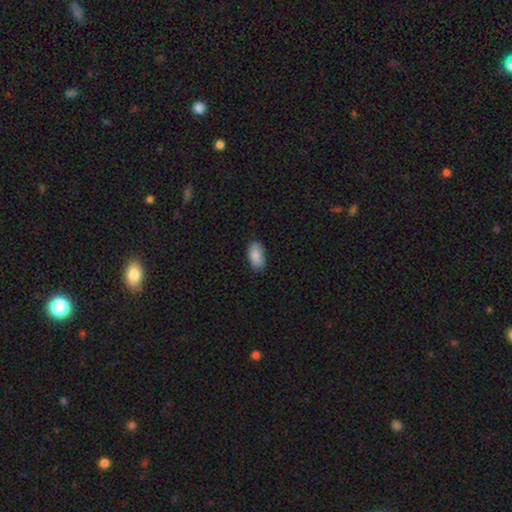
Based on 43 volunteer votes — A smooth galaxy with no disk features (91%) that is in between round and cigar-shaped (95%).

Vote fractions:
- Smooth or featured? smooth: 91% / star or artifact: 7% / featured or disk: 2%
- How rounded? in between: 95% / round: 3% / cigar-shaped: 3%
- Merging? none: 88% / minor disturbance: 12% / major disturbance: 0% / merger: 0%